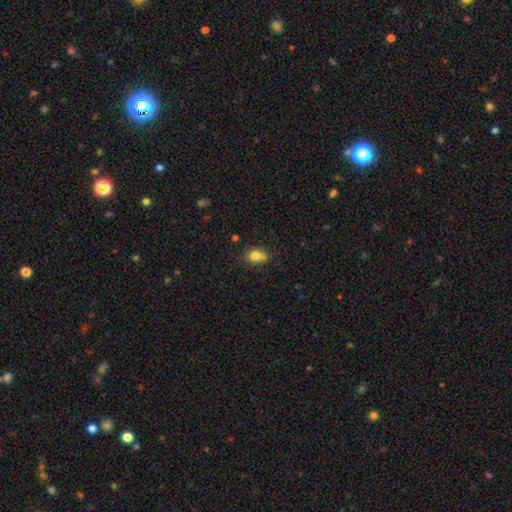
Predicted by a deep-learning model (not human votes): Smooth or featured?
  - smooth: 79% *
  - featured or disk: 11%
  - star or artifact: 11%
How rounded?
  - in between: 57% *
  - round: 42%
  - cigar-shaped: 1%
Merging?
  - none: 57% *
  - minor disturbance: 22%
  - merger: 15%
  - major disturbance: 5%